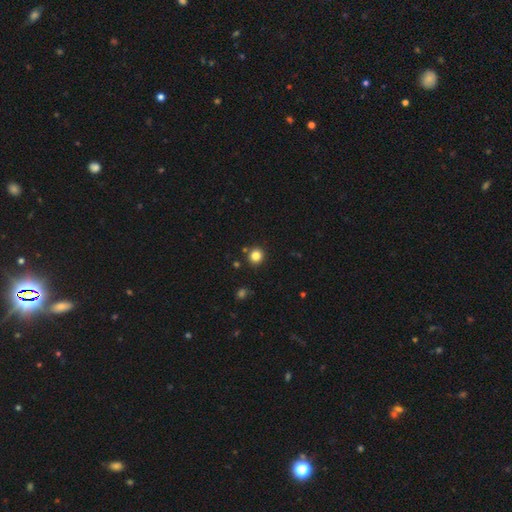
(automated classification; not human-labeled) smooth 83%, star or artifact 12%, featured or disk 5%. Down the decision tree: how rounded — round (91%); merging — none (89%).